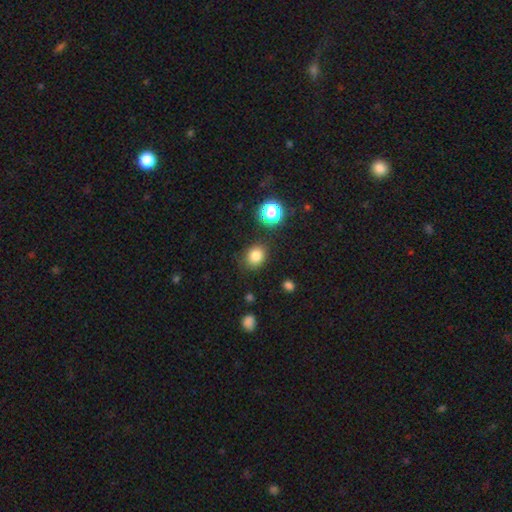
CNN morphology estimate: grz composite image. It shows a smooth galaxy with no disk features (82%) that is round (66%). Merging: none (81%).